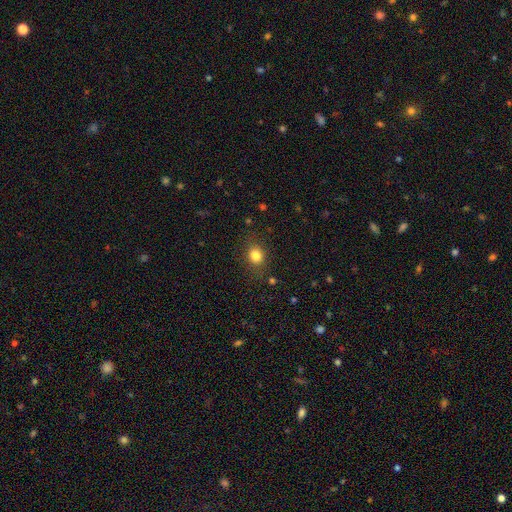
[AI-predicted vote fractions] This is clearly a smooth galaxy (81%). How rounded: likely round (64%). Merging: clearly none (82%).